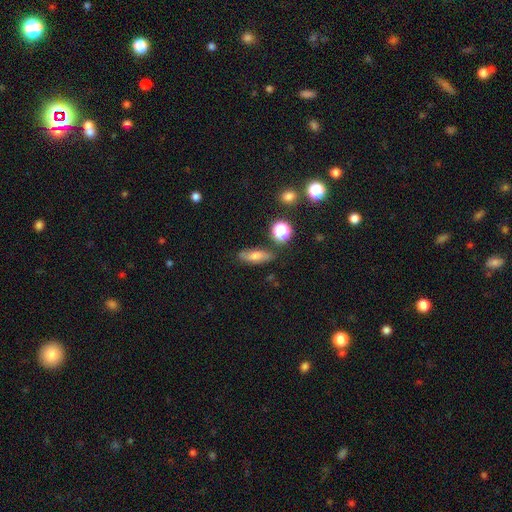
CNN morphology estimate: Smooth or featured?
  - smooth: 66% *
  - featured or disk: 22%
  - star or artifact: 12%
How rounded?
  - in between: 53% *
  - cigar-shaped: 38%
  - round: 10%
Merging?
  - none: 76% *
  - minor disturbance: 16%
  - major disturbance: 4%
  - merger: 4%